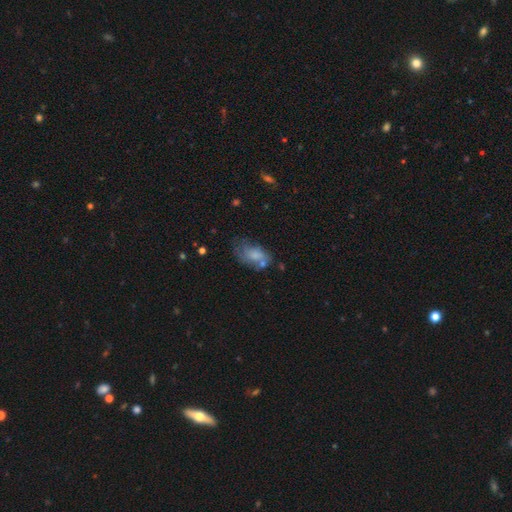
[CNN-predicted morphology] The model was most divided on "merging": none: 39%, minor disturbance: 29%, major disturbance: 20%, merger: 11%. More confident: how rounded — in between (89%); smooth or featured — smooth (64%).